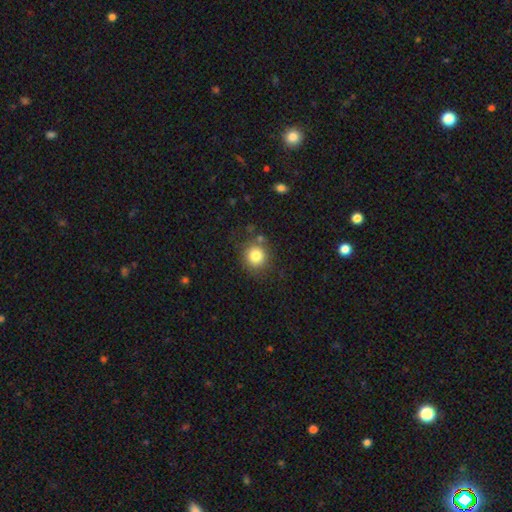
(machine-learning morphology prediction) This is clearly a smooth galaxy (81%). How rounded: clearly round (87%). Merging: clearly none (80%).